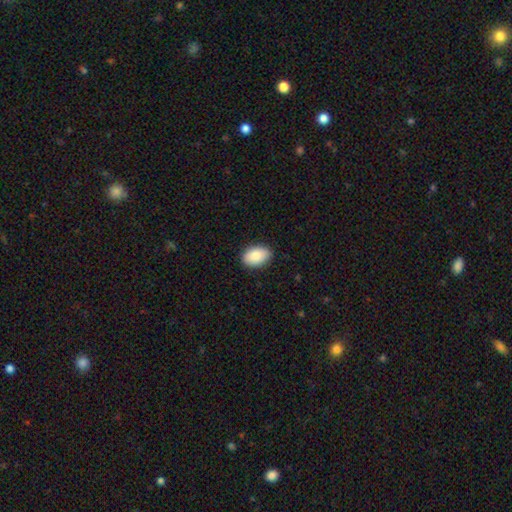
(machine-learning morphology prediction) type=smooth (89%); roundness=in between (91%); merging=none (88%).